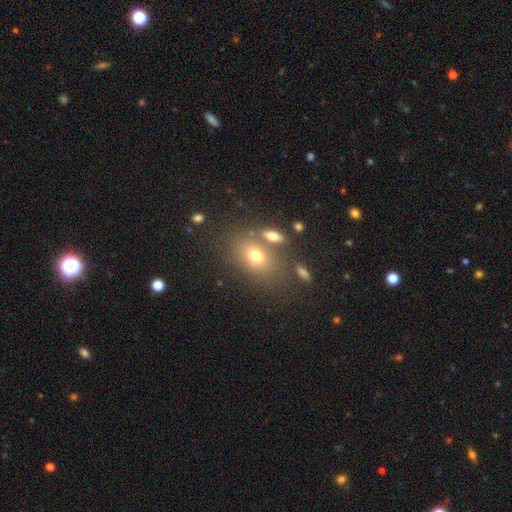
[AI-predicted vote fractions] Q: Smooth or featured?
A: smooth (68%); runner-up: featured or disk (19%)
Q: How rounded?
A: in between (72%); runner-up: round (25%)
Q: Merging?
A: none (62%); runner-up: merger (19%)